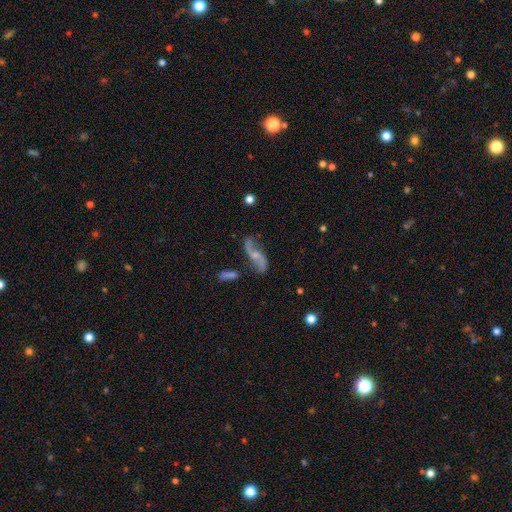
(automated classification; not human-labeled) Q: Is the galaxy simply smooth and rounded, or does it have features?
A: featured or disk — 81%.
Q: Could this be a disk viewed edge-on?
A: no — 93%.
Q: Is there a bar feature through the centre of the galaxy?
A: no — 53%.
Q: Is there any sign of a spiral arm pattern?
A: yes — 94%.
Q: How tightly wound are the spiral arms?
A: loose — 84%.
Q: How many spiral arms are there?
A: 2 — 92%.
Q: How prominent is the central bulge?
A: small — 50%.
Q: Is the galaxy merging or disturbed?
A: none — 66%.